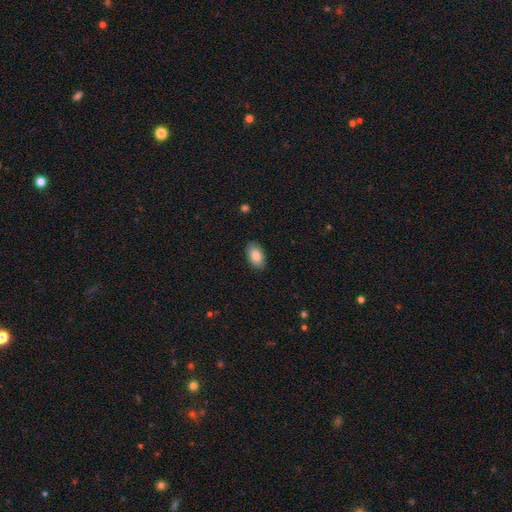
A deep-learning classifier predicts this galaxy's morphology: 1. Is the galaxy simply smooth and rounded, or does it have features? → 84% smooth, 9% featured or disk, 7% star or artifact.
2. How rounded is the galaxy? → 93% in between, 5% round, 2% cigar-shaped.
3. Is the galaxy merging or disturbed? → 88% none, 9% minor disturbance, 2% major disturbance, 1% merger.